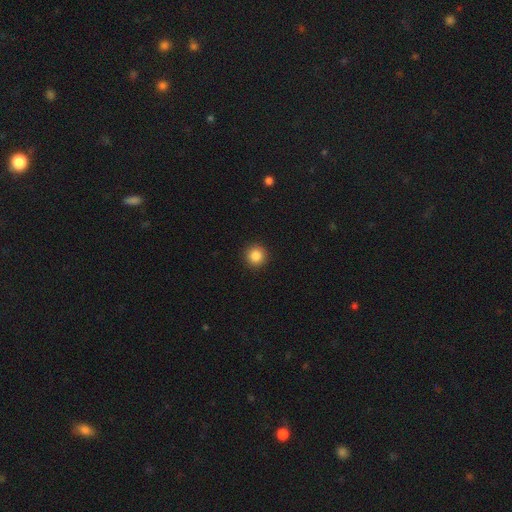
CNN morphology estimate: smooth_or_featured: smooth (p=0.86) [alt: star or artifact p=0.10]
how_rounded: round (p=0.95) [alt: in between p=0.04]
merging: none (p=0.93) [alt: minor disturbance p=0.04]